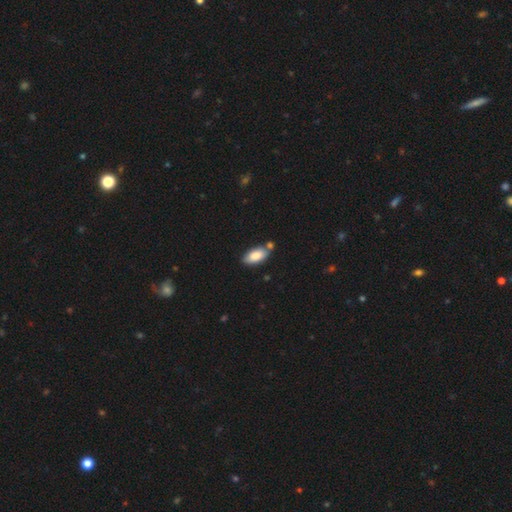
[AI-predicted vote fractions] smooth_or_featured: smooth (p=0.85) [alt: featured or disk p=0.09]
how_rounded: in between (p=0.91) [alt: cigar-shaped p=0.06]
merging: none (p=0.66) [alt: merger p=0.16]